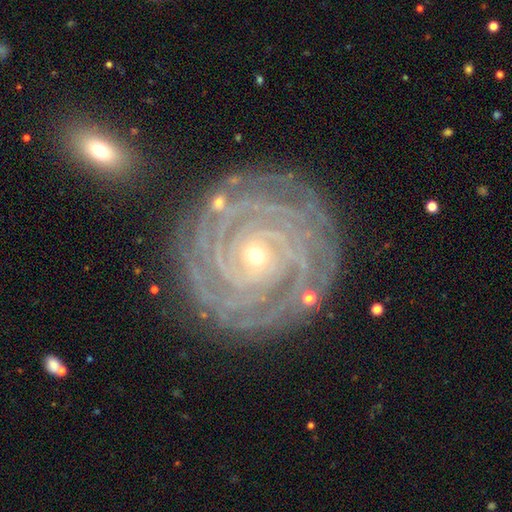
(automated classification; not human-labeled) The model was most divided on "spiral arm count": 4: 21%, 2: 19%, can't tell: 19%, 3: 18%, more than 4: 15%, 1: 8%. More confident: spiral arms — yes (98%); edge-on disk — no (97%); spiral winding — tight (91%); smooth or featured — featured or disk (91%); merging — none (83%); bulge size — small (76%); bar — no (70%).